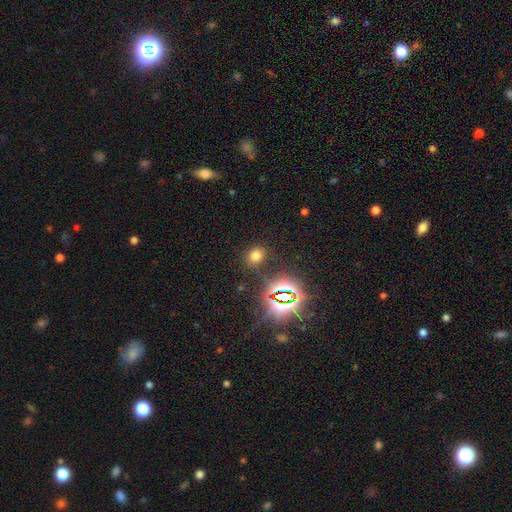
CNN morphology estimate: Smooth or featured? Predicted: smooth (p=0.63). How rounded? Predicted: round (p=0.53). Merging? Predicted: none (p=0.81).